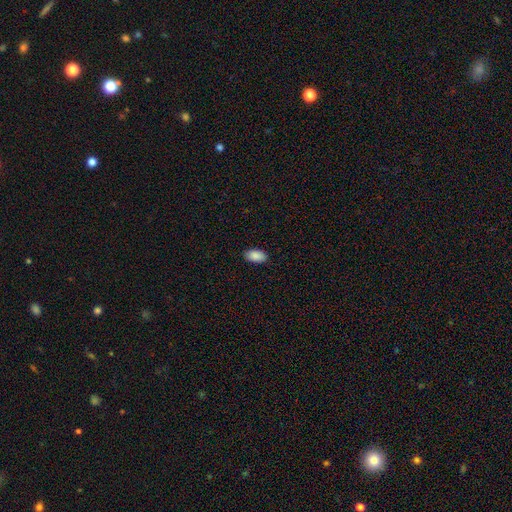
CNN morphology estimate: Overall: smooth (90%). How rounded: in between (95%). Merging: none (89%).